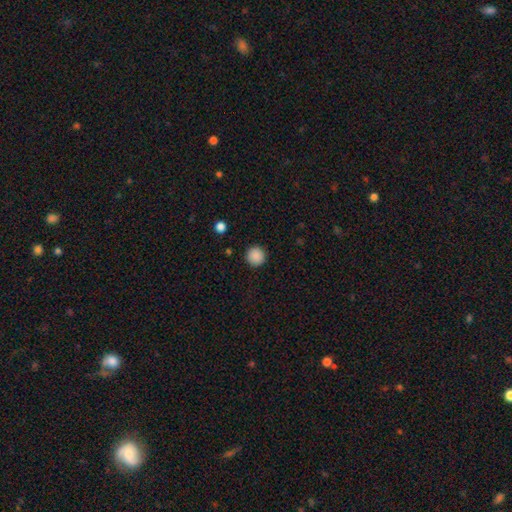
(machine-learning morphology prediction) smooth 88%, star or artifact 9%, featured or disk 2%. Down the decision tree: how rounded — round (95%); merging — none (92%).